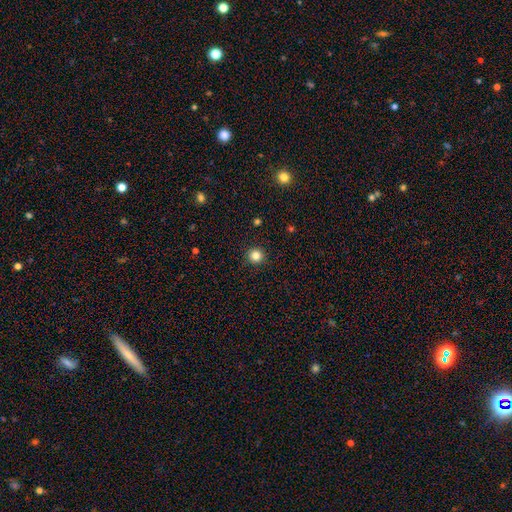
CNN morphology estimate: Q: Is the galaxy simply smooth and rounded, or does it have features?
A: smooth — 84%.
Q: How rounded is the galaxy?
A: round — 95%.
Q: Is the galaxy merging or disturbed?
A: none — 93%.